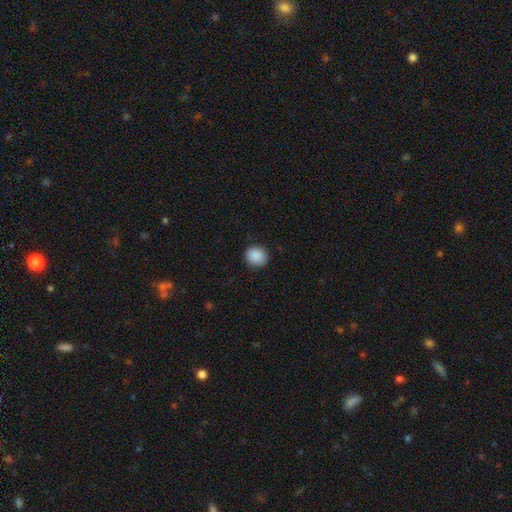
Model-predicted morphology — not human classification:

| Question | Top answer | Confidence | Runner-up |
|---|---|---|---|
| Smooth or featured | smooth | 89% | star or artifact (8%) |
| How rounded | round | 78% | in between (21%) |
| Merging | none | 90% | minor disturbance (7%) |